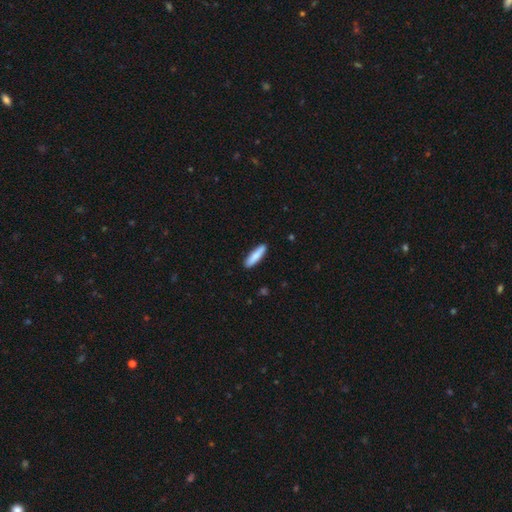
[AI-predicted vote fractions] This is clearly a smooth galaxy (85%). How rounded: likely cigar-shaped (77%). Merging: clearly none (89%).